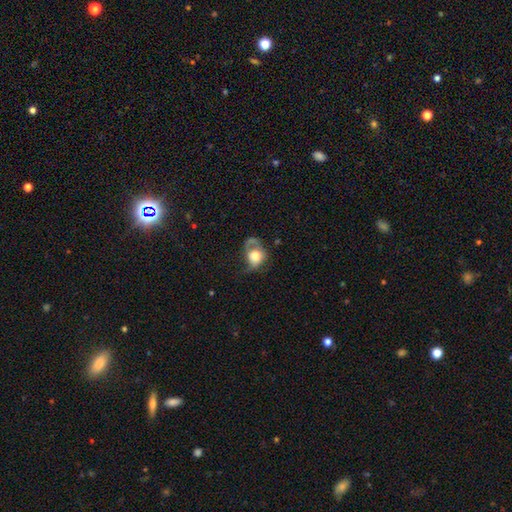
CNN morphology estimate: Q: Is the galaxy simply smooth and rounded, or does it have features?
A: smooth — 54%.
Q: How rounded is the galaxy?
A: round — 54%.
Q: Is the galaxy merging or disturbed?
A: major disturbance — 44%.